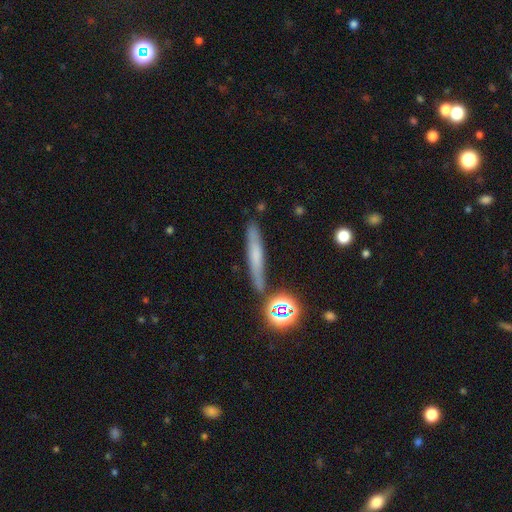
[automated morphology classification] This is possibly a smooth galaxy (52%). How rounded: clearly cigar-shaped (87%). Merging: clearly none (81%).